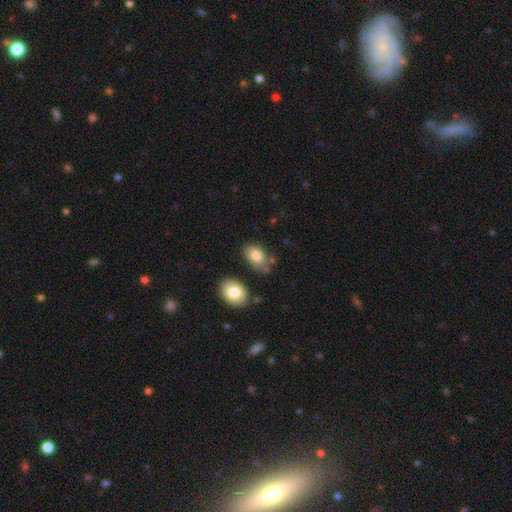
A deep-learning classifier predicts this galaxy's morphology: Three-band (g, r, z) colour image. It shows a smooth galaxy with no disk features (80%) that is in between round and cigar-shaped (86%). Merging: none (62%).